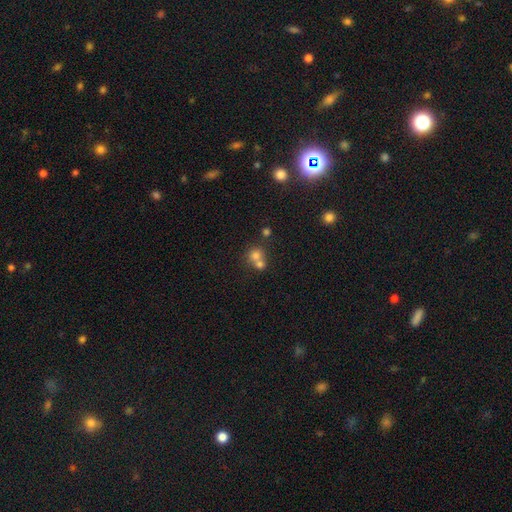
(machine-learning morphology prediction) Smooth or featured? smooth (71%)
How rounded? round (83%)
Merging? merger (54%)